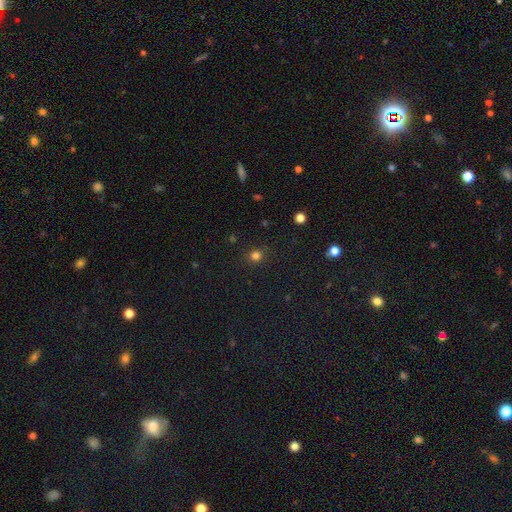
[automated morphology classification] type=smooth (77%); roundness=round (88%); merging=none (86%).